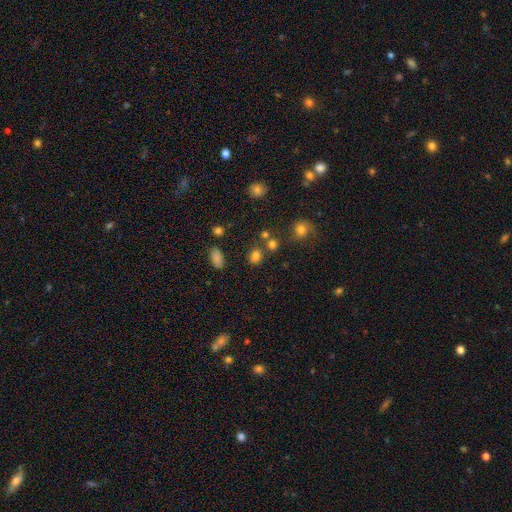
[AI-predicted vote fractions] smooth-or-featured: smooth: 76% | star or artifact: 17% | featured or disk: 6%
  how-rounded: in between: 51% | round: 48% | cigar-shaped: 2%
  merging: none: 68% | merger: 14% | minor disturbance: 13% | major disturbance: 5%